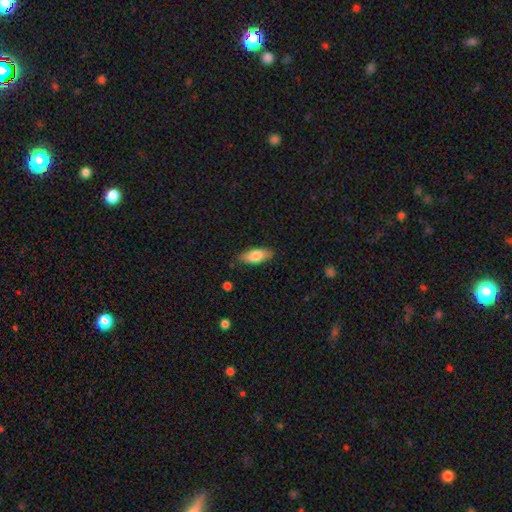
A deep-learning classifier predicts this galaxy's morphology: This is likely a smooth galaxy (78%). How rounded: clearly in between (82%). Merging: clearly none (83%).